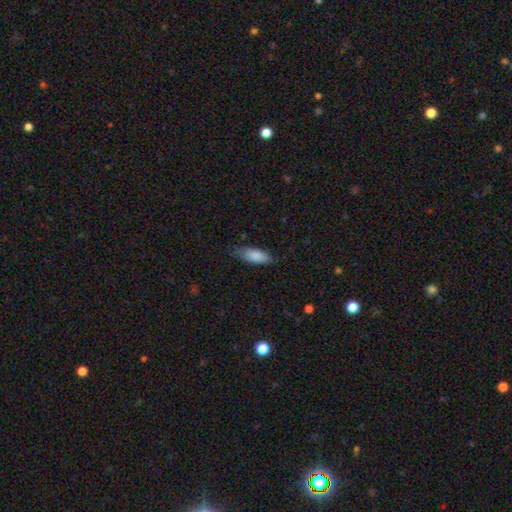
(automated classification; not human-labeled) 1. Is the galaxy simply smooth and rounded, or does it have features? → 86% smooth, 8% featured or disk, 6% star or artifact.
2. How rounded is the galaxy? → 74% in between, 24% cigar-shaped, 2% round.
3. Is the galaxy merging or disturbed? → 67% none, 27% minor disturbance, 5% major disturbance, 1% merger.